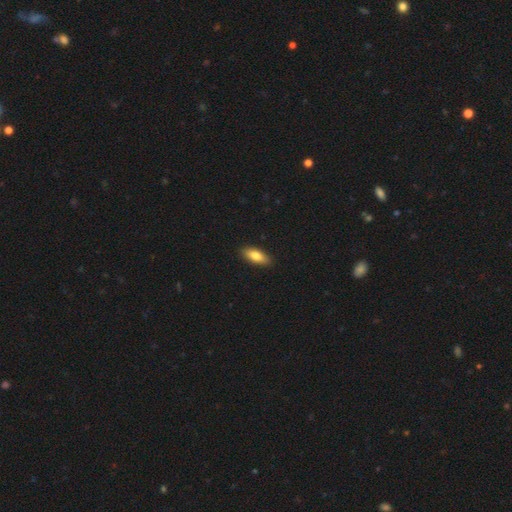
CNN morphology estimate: Smooth or featured: smooth — 80% (featured or disk — 14%)
How rounded: in between — 75% (cigar-shaped — 22%)
Merging: none — 90% (minor disturbance — 8%)